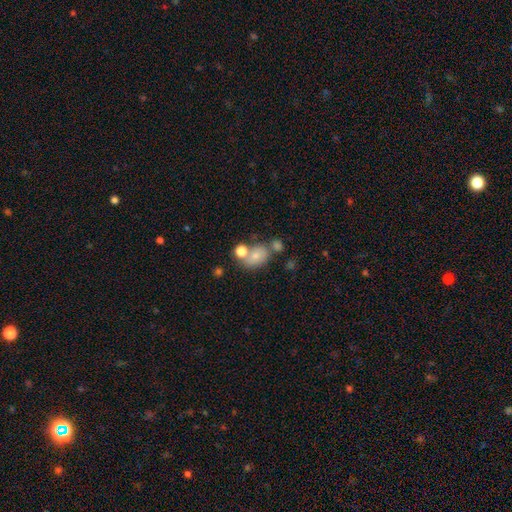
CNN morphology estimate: This appears to be a smooth galaxy with no disk features (73%) that is in between round and cigar-shaped (67%). Merging: none (47%).